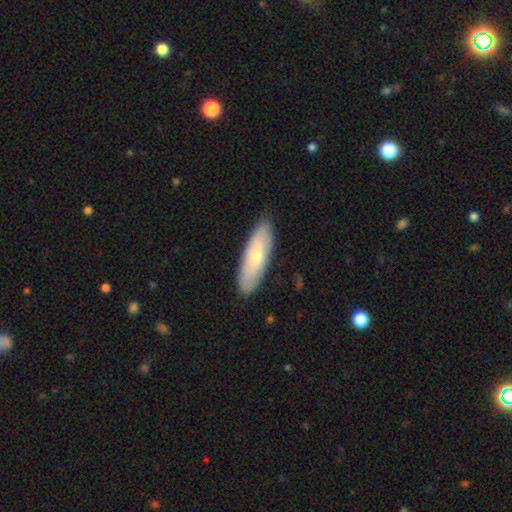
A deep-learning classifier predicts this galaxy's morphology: Overall: smooth (62%; featured or disk 33%). How rounded: in between (50%; cigar-shaped 48%). Merging: none (85%).